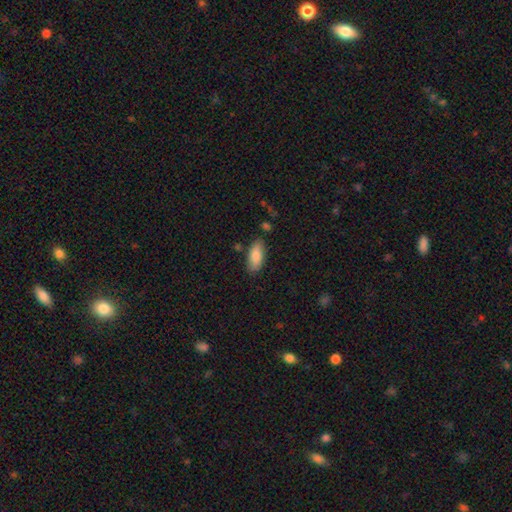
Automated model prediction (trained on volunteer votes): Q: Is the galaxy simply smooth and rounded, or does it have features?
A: smooth — 85%.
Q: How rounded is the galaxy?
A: in between — 83%.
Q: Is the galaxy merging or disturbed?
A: none — 81%.